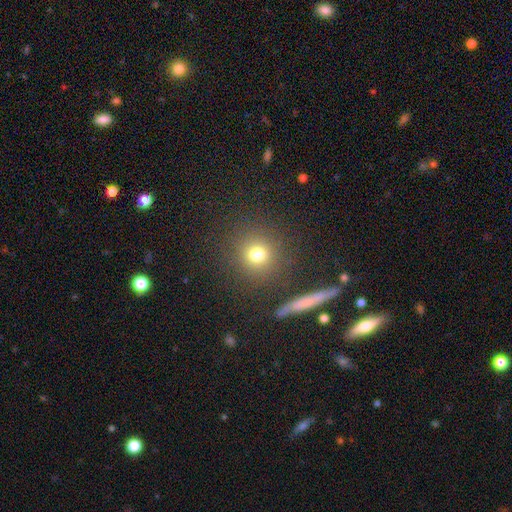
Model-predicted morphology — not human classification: Smooth or featured? Predicted: smooth (p=0.71). How rounded? Predicted: round (p=0.92). Merging? Predicted: none (p=0.88).